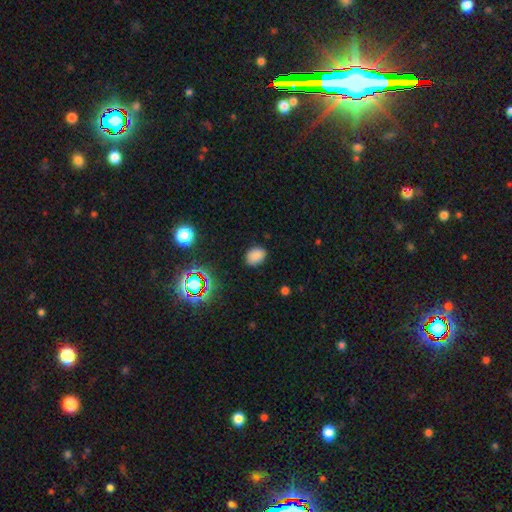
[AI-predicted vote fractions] Smooth or featured? Predicted: smooth (p=0.80). How rounded? Predicted: in between (p=0.67). Merging? Predicted: none (p=0.85).